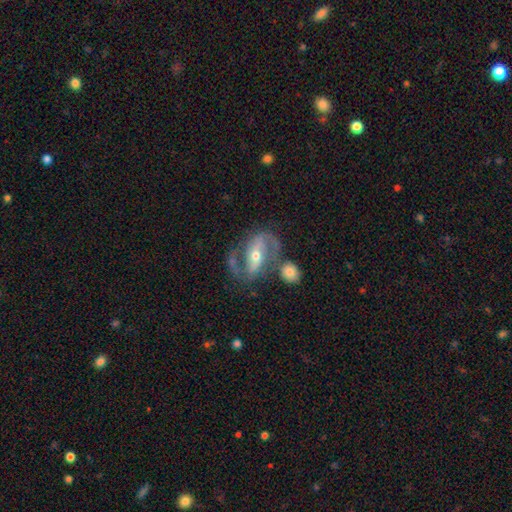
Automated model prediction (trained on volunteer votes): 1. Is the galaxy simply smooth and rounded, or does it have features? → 85% featured or disk, 9% smooth, 6% star or artifact.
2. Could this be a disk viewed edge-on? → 95% no, 5% yes.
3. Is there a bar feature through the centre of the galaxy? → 56% strong, 26% weak, 18% no.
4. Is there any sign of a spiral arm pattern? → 91% yes, 9% no.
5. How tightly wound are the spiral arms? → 51% medium, 24% tight, 24% loose.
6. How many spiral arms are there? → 87% 2, 5% can't tell, 3% 1, 2% 3, 1% 4, 1% more than 4.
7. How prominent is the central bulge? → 56% moderate, 40% small, 2% large, 1% none, 1% dominant.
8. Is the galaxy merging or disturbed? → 59% none, 16% minor disturbance, 13% merger, 12% major disturbance.